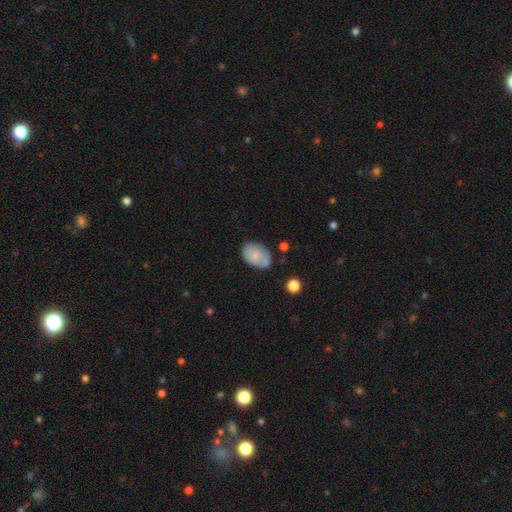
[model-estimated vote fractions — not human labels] smooth-or-featured: smooth: 73% | featured or disk: 19% | star or artifact: 7%
  how-rounded: in between: 83% | round: 16% | cigar-shaped: 1%
  merging: none: 57% | minor disturbance: 26% | merger: 10% | major disturbance: 7%